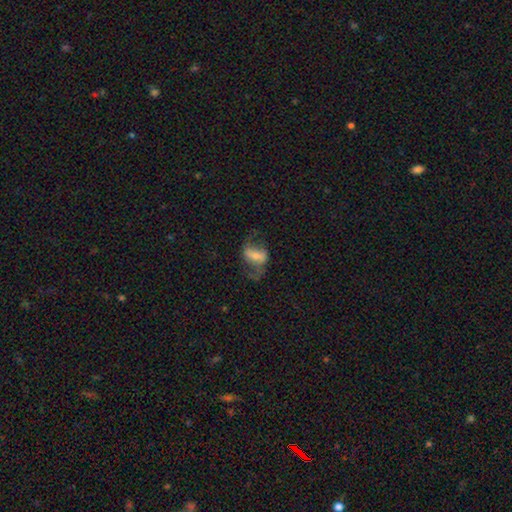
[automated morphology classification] Overall: featured or disk (55%; smooth 35%). Edge-on disk: no (93%). Bar: strong (45%; weak 32%). Spiral arms: yes (68%; no 32%). Bulge size: small (39%; moderate 34%). Merging: none (47%; major disturbance 30%).